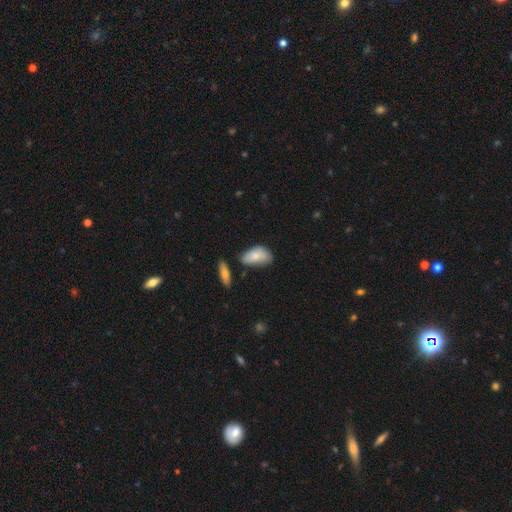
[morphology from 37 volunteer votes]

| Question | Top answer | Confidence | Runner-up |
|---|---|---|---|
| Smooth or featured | smooth | 86% | featured or disk (11%) |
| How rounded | in between | 97% | round (3%) |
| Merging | none | 44% | minor disturbance (42%) |